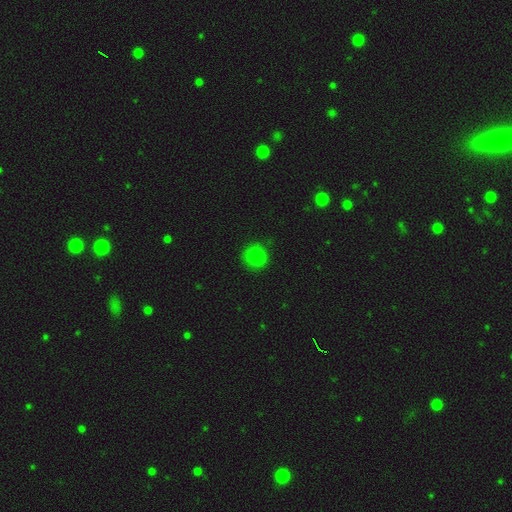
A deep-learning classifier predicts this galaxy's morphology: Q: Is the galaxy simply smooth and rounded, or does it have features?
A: smooth — 83%.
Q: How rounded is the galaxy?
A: round — 90%.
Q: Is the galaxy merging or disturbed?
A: none — 87%.